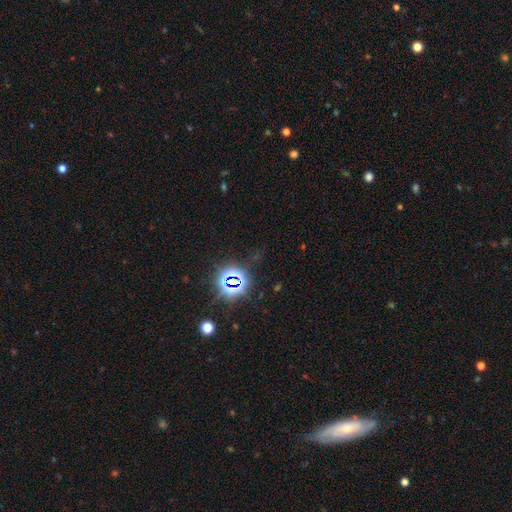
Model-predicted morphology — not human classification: Q: Smooth or featured?
A: star or artifact (78%); runner-up: smooth (14%)